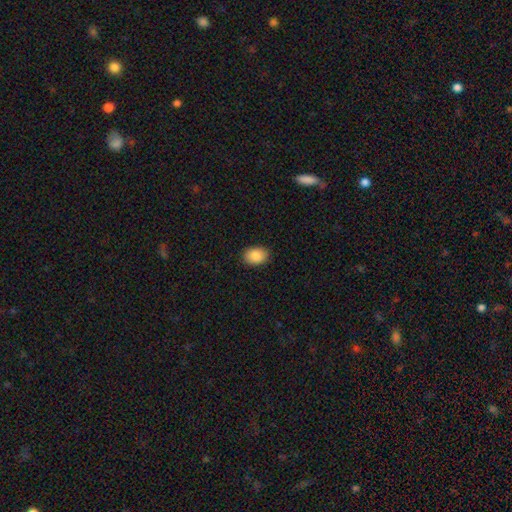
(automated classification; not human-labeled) A smooth galaxy with no disk features (89%) that is in between round and cigar-shaped (77%). Merging: none (89%).